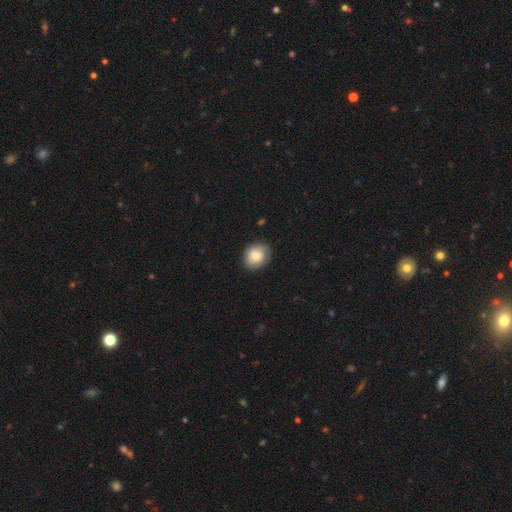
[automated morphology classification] type=smooth (68%); roundness=round (62%); merging=none (79%).